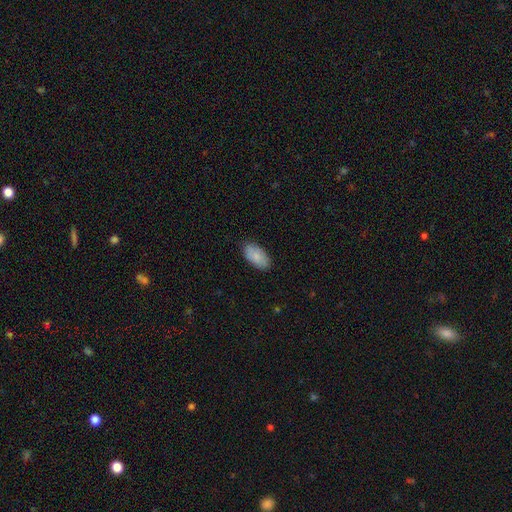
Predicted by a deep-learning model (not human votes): smooth_or_featured: smooth (p=0.84) [alt: featured or disk p=0.10]
how_rounded: in between (p=0.95) [alt: cigar-shaped p=0.03]
merging: none (p=0.82) [alt: minor disturbance p=0.14]